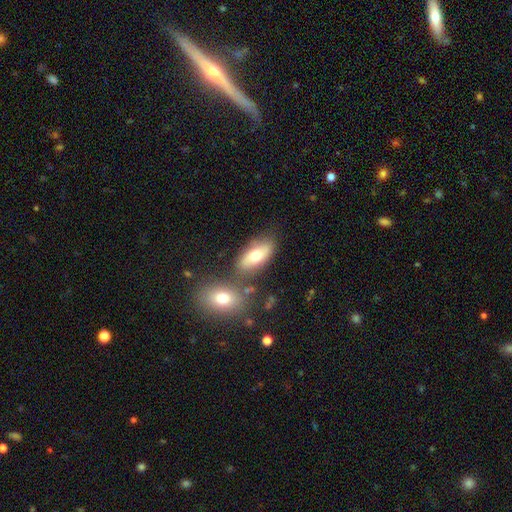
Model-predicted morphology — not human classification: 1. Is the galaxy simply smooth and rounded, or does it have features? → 66% smooth, 26% featured or disk, 8% star or artifact.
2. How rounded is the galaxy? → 85% in between, 10% cigar-shaped, 5% round.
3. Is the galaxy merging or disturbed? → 67% none, 14% minor disturbance, 14% merger, 4% major disturbance.